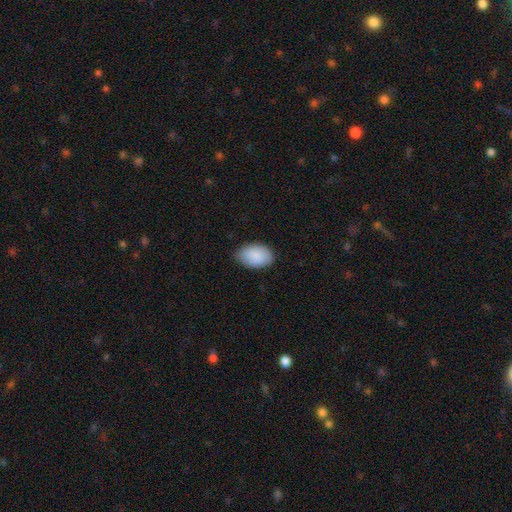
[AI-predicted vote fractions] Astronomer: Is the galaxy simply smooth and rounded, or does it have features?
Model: smooth — 90%.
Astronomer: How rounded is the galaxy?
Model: in between — 89%.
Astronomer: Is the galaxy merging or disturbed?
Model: none — 80%.